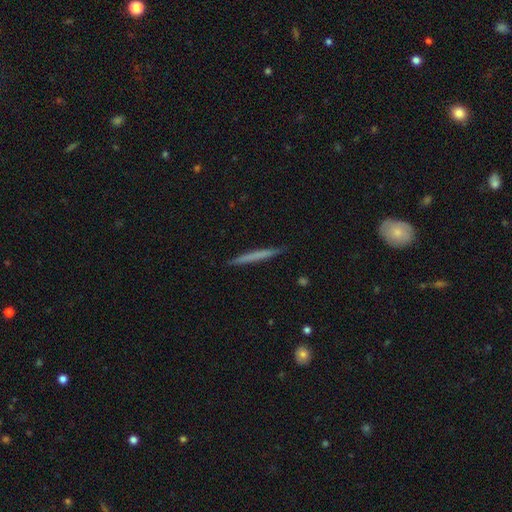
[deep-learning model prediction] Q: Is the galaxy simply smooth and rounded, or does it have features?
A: smooth — 58%.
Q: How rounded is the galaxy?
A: cigar-shaped — 97%.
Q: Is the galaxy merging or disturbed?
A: none — 91%.